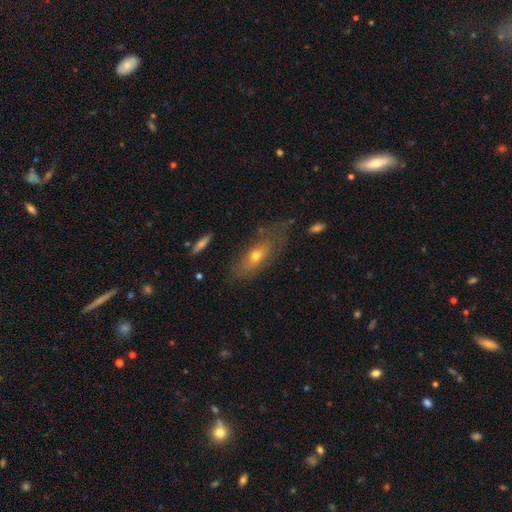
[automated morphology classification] A smooth galaxy with no disk features (57%) that is in between round and cigar-shaped (68%). Merging: none (56%).